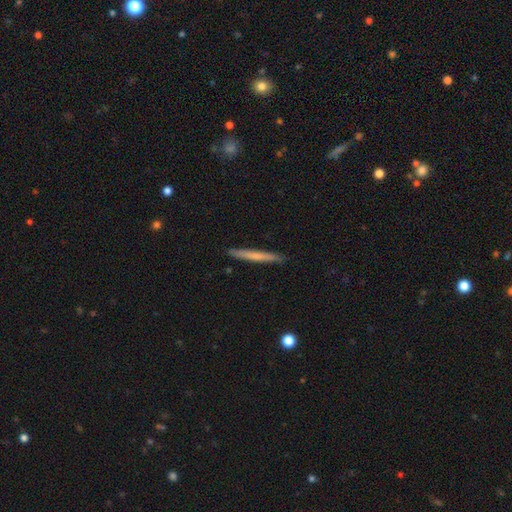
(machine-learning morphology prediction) This appears to be a smooth galaxy with no disk features (60%) that is cigar-shaped (97%). Merging: none (91%).